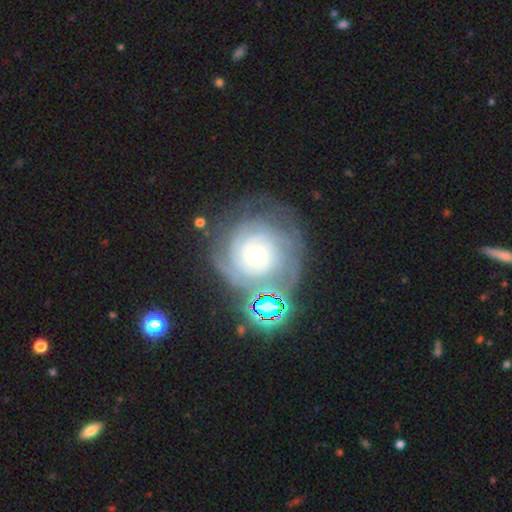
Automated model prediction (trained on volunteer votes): This is clearly a featured or disk galaxy (82%). It is clearly not viewed edge-on (97%). Bar: likely no (73%). Spiral arm pattern: clearly yes (95%). Spiral arm count: marginally can't tell (36%). Spiral winding: likely tight (78%). Central bulge: likely moderate (61%). Merging: likely none (61%).